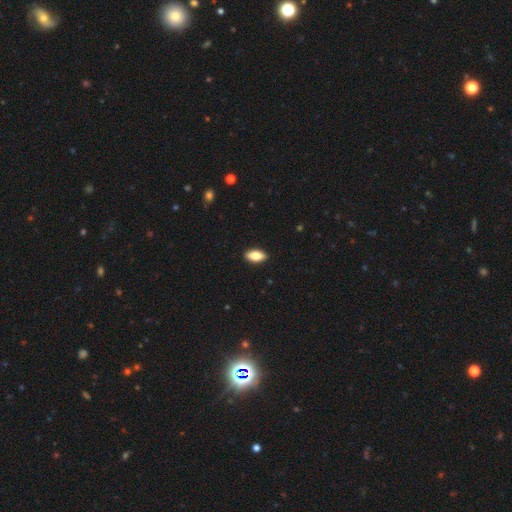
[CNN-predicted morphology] Smooth or featured? Predicted: smooth (p=0.80). How rounded? Predicted: in between (p=0.89). Merging? Predicted: none (p=0.90).